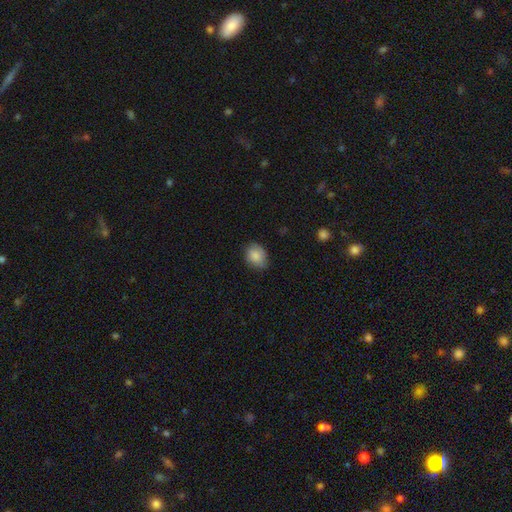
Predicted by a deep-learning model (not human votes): A smooth galaxy with no disk features (86%) that is in between round and cigar-shaped (52%).

Vote fractions:
- Smooth or featured? smooth: 86% / star or artifact: 7% / featured or disk: 6%
- How rounded? in between: 52% / round: 47% / cigar-shaped: 1%
- Merging? none: 75% / minor disturbance: 20% / major disturbance: 3% / merger: 1%